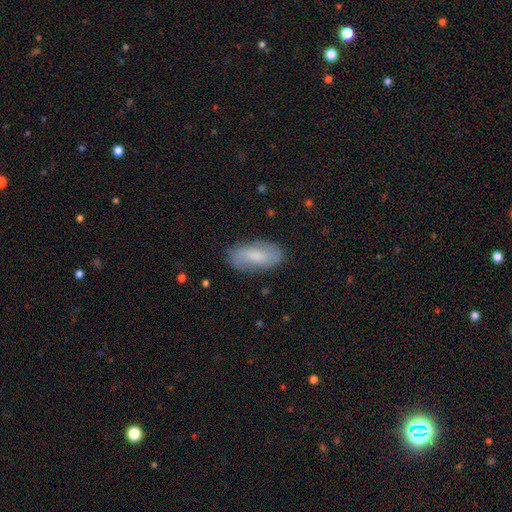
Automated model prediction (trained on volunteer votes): Overall: smooth (59%; featured or disk 34%). How rounded: in between (88%). Merging: none (82%).